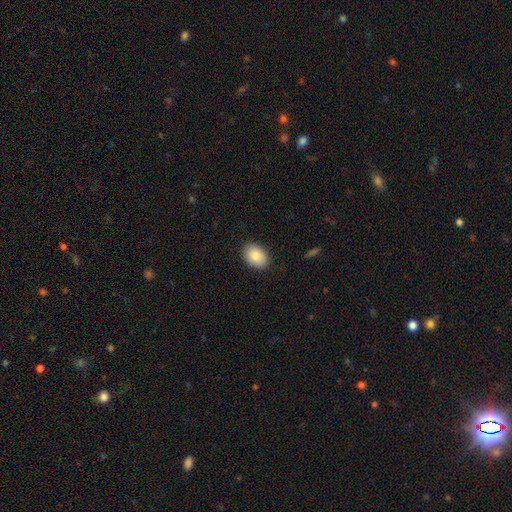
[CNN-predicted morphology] A smooth galaxy with no disk features (87%) that is in between round and cigar-shaped (74%).

Vote fractions:
- Smooth or featured? smooth: 87% / star or artifact: 7% / featured or disk: 6%
- How rounded? in between: 74% / round: 25% / cigar-shaped: 1%
- Merging? none: 89% / minor disturbance: 8% / major disturbance: 2% / merger: 1%